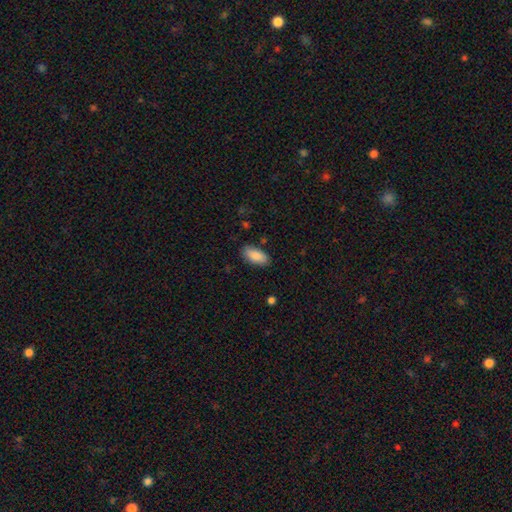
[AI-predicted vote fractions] Morphology: type=smooth (88%); roundness=in between (91%); merging=none (84%).